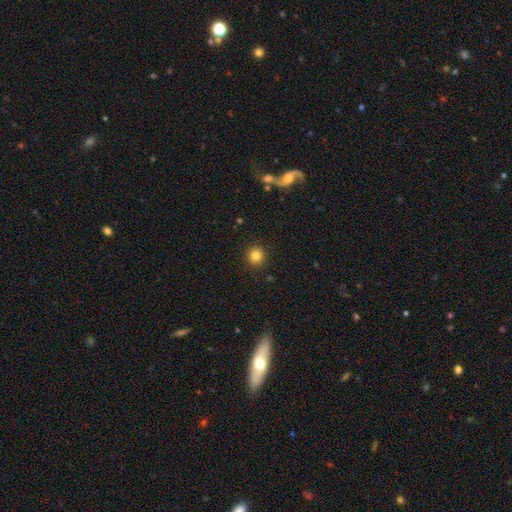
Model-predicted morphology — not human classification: Smooth or featured? Predicted: smooth (p=0.83). How rounded? Predicted: round (p=0.94). Merging? Predicted: none (p=0.92).